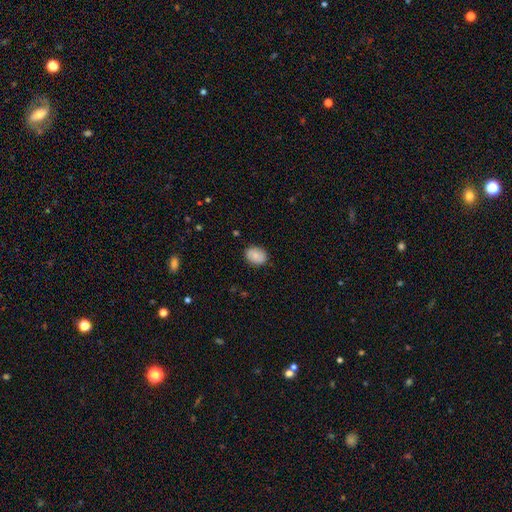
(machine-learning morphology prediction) A smooth galaxy with no disk features (80%) that is in between round and cigar-shaped (59%).

Vote fractions:
- Smooth or featured? smooth: 80% / featured or disk: 12% / star or artifact: 8%
- How rounded? in between: 59% / round: 40% / cigar-shaped: 1%
- Merging? none: 85% / minor disturbance: 11% / major disturbance: 2% / merger: 1%